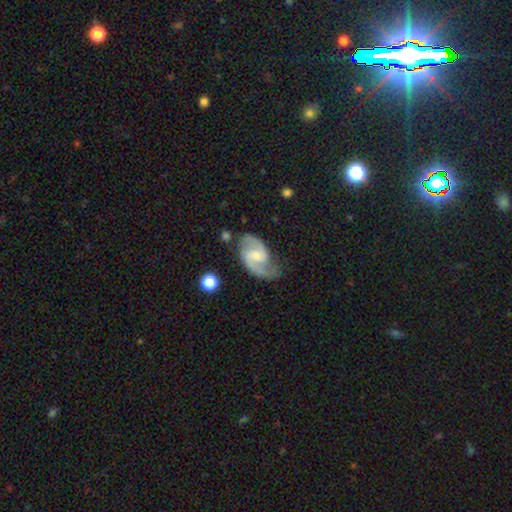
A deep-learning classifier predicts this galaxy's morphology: Smooth or featured?
  - featured or disk: 87% *
  - smooth: 9%
  - star or artifact: 5%
Edge-on disk?
  - no: 97% *
  - yes: 3%
Bar?
  - weak: 55% *
  - no: 33%
  - strong: 13%
Spiral arms?
  - yes: 97% *
  - no: 3%
Spiral winding?
  - medium: 59% *
  - loose: 22%
  - tight: 19%
Spiral arm count?
  - 2: 91% *
  - can't tell: 4%
  - 1: 3%
  - 3: 1%
  - 4: 1%
  - more than 4: 1%
Bulge size?
  - small: 45% *
  - moderate: 41%
  - none: 8%
  - large: 4%
  - dominant: 1%
Merging?
  - none: 70% *
  - minor disturbance: 20%
  - major disturbance: 8%
  - merger: 3%